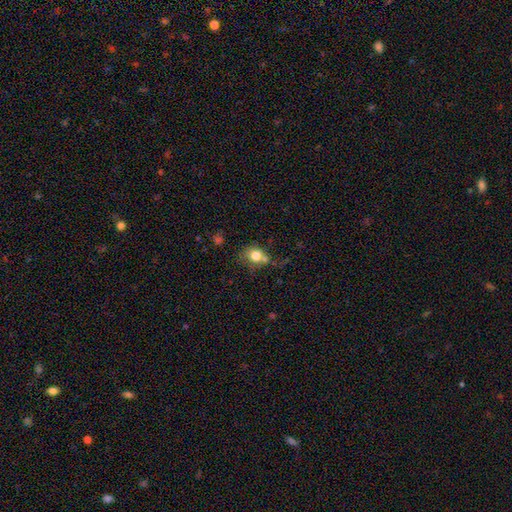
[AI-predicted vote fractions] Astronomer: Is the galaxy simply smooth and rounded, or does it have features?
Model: smooth — 76%.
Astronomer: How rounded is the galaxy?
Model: round — 73%.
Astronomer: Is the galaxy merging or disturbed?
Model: none — 43% (runner-up: merger, 27%).